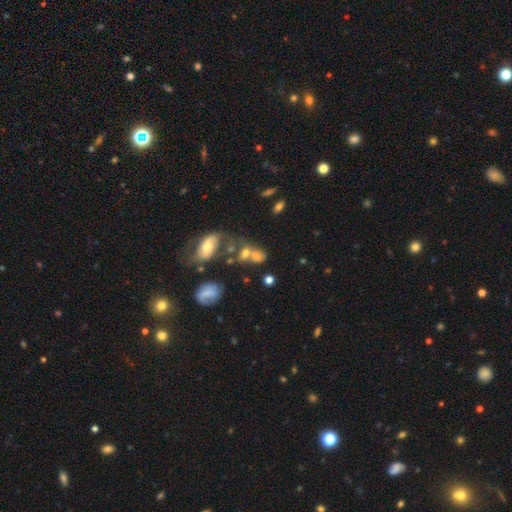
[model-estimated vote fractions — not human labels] Overall: smooth (60%; featured or disk 23%). How rounded: in between (58%; round 39%). Merging: merger (48%; none 29%).